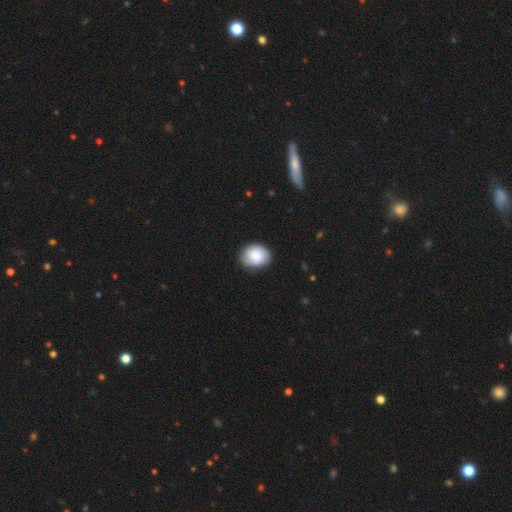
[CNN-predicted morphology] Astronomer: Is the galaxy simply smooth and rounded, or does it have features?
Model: smooth — 83%.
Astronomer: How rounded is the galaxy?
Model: in between — 51% (runner-up: round, 48%).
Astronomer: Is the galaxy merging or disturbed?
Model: none — 83%.